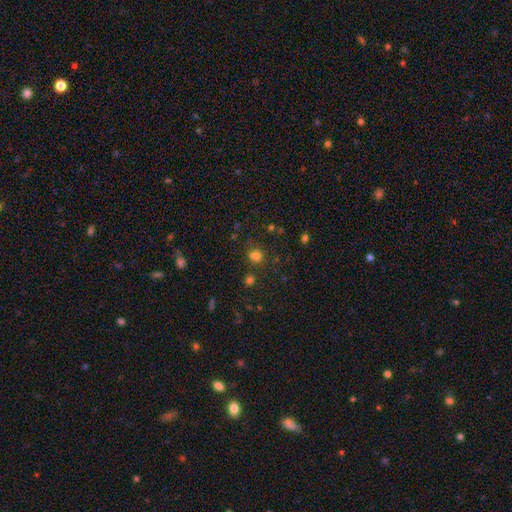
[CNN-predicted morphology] Overall: smooth (72%). How rounded: round (80%). Merging: none (70%).